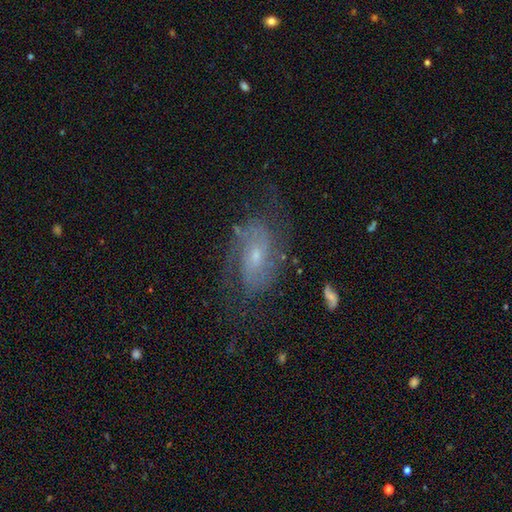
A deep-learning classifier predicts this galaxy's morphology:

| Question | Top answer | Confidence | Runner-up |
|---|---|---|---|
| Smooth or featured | featured or disk | 78% | smooth (14%) |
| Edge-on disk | no | 96% | yes (4%) |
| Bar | no | 57% | weak (35%) |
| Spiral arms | yes | 91% | no (9%) |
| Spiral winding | medium | 45% | tight (35%) |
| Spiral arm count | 2 | 65% | can't tell (20%) |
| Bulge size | small | 67% | moderate (27%) |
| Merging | none | 66% | minor disturbance (19%) |